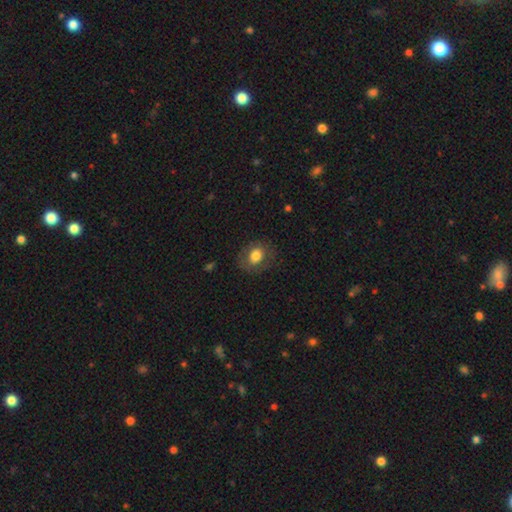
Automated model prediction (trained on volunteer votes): This is likely a smooth galaxy (74%). How rounded: possibly round (57%). Merging: likely none (78%).